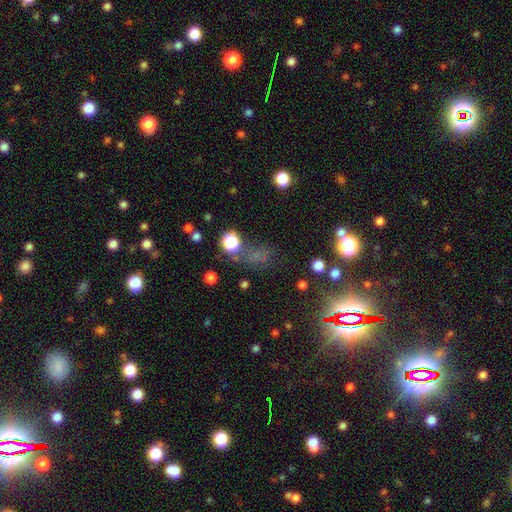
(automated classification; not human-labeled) Smooth or featured? star or artifact (51%)